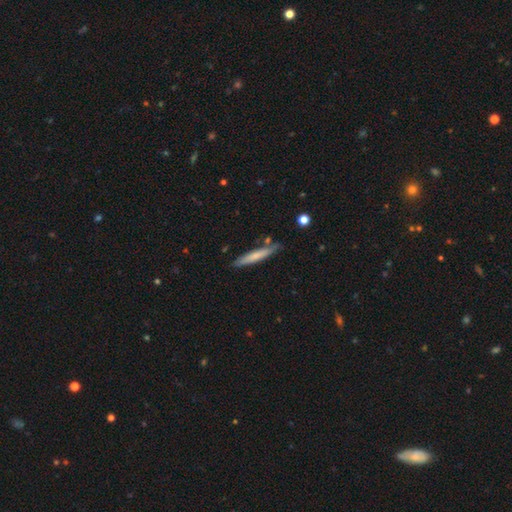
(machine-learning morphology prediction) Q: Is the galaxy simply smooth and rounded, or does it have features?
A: smooth — 64%.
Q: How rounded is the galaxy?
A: cigar-shaped — 94%.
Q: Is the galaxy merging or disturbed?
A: none — 82%.